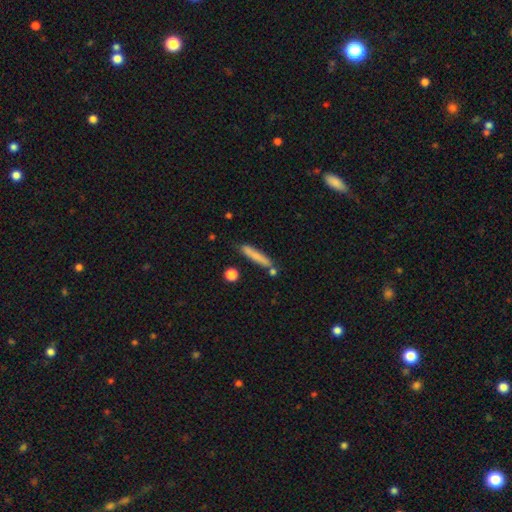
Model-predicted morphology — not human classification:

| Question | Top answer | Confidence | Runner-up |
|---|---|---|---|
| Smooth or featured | smooth | 76% | featured or disk (17%) |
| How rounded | cigar-shaped | 91% | in between (7%) |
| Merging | none | 76% | minor disturbance (13%) |